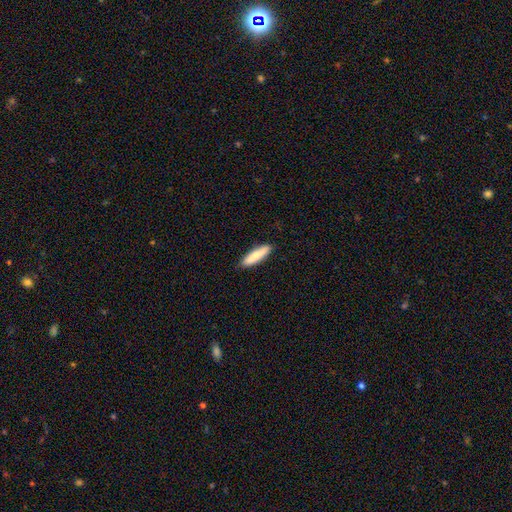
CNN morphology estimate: Overall: smooth (82%). How rounded: cigar-shaped (78%). Merging: none (89%).